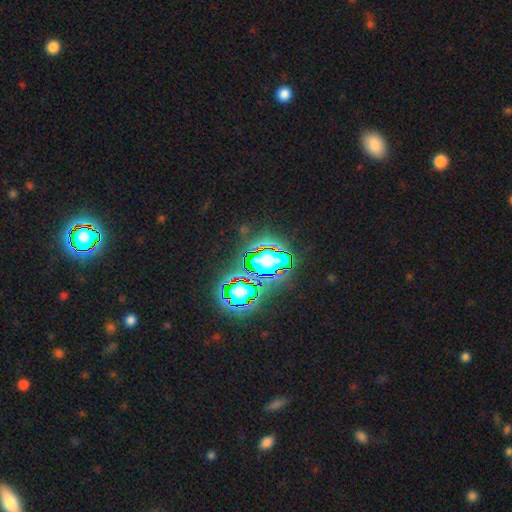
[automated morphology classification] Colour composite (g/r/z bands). It shows a star or artifact, not a galaxy (81%).